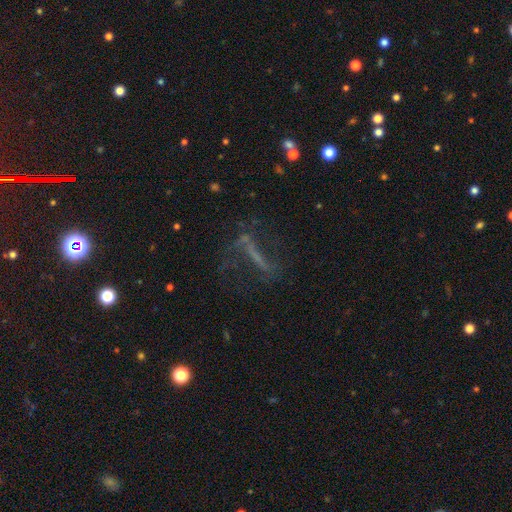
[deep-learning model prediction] A featured or disk galaxy (55%).

Vote fractions:
- Smooth or featured? featured or disk: 55% / smooth: 23% / star or artifact: 22%
- Edge-on disk? no: 71% / yes: 29%
- Merging? none: 54% / major disturbance: 26% / minor disturbance: 16% / merger: 4%